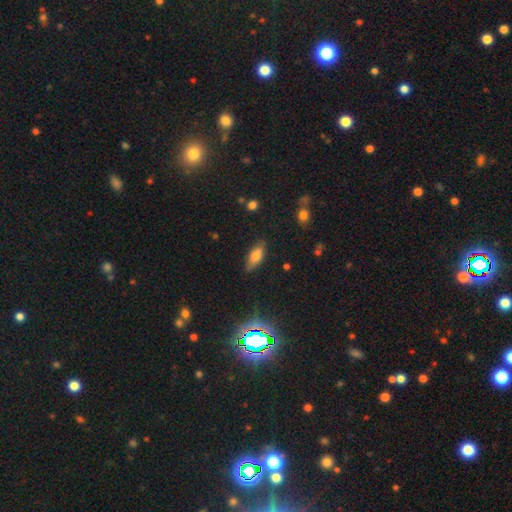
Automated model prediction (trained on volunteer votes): Smooth or featured? Predicted: smooth (p=0.71). How rounded? Predicted: in between (p=0.75). Merging? Predicted: none (p=0.80).